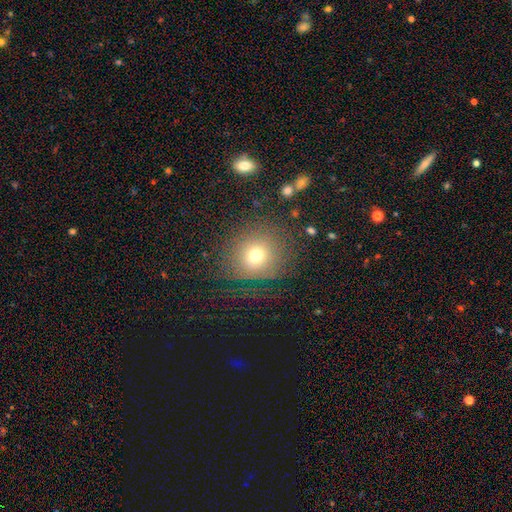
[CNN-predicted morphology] smooth-or-featured: smooth: 69% | star or artifact: 16% | featured or disk: 15%
  how-rounded: round: 81% | in between: 18% | cigar-shaped: 1%
  merging: none: 71% | minor disturbance: 15% | major disturbance: 12% | merger: 2%